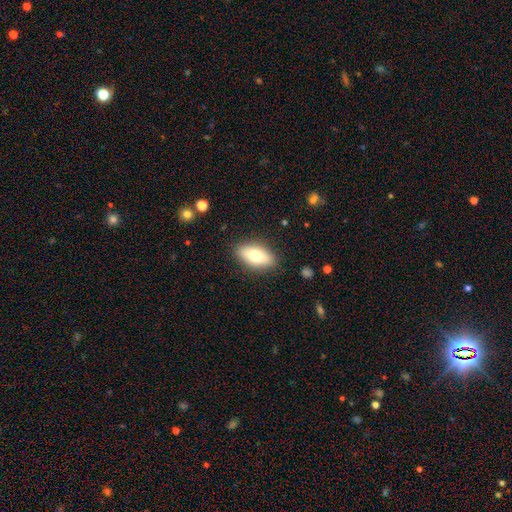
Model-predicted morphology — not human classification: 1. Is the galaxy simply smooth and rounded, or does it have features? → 71% smooth, 21% featured or disk, 7% star or artifact.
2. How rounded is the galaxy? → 87% in between, 8% cigar-shaped, 5% round.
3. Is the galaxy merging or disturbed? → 87% none, 9% minor disturbance, 3% major disturbance, 1% merger.